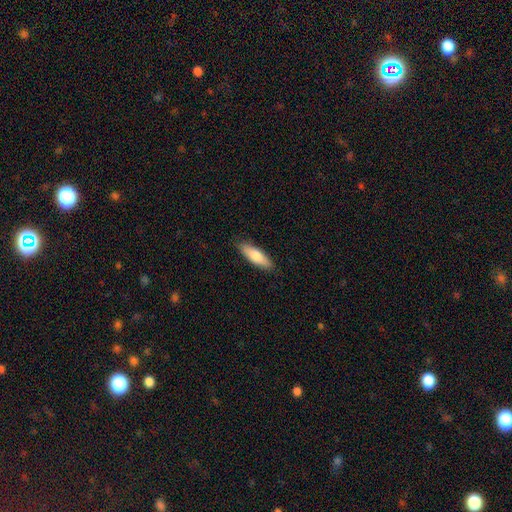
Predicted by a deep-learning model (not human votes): Smooth or featured? Predicted: smooth (p=0.77). How rounded? Predicted: cigar-shaped (p=0.50). Merging? Predicted: none (p=0.88).